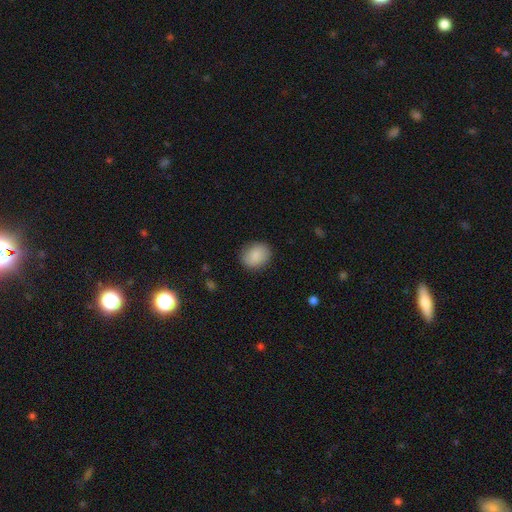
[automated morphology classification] type=smooth (87%); roundness=round (56%); merging=none (86%).